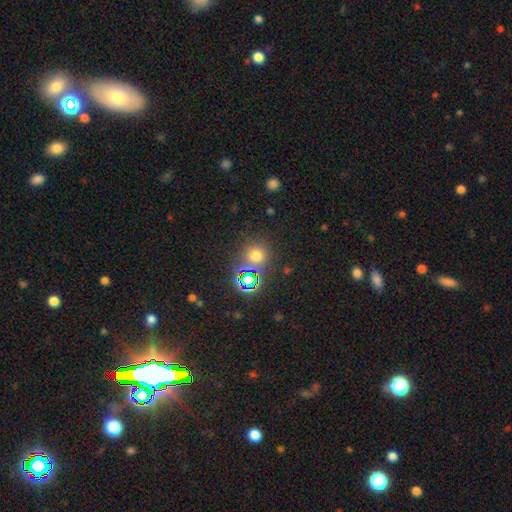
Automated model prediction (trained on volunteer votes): smooth-or-featured: smooth: 61% | star or artifact: 32% | featured or disk: 7%
  how-rounded: round: 89% | in between: 10% | cigar-shaped: 1%
  merging: none: 75% | merger: 12% | minor disturbance: 9% | major disturbance: 4%